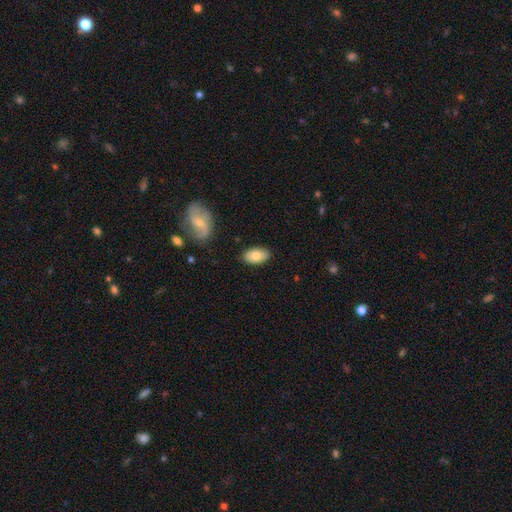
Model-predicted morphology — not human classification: This is likely a smooth galaxy (78%). How rounded: clearly in between (93%). Merging: clearly none (85%).